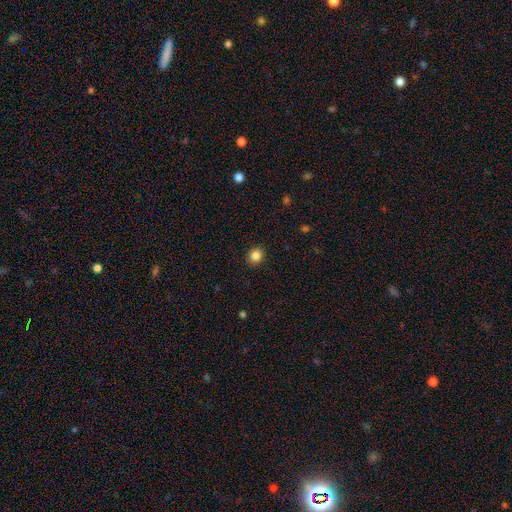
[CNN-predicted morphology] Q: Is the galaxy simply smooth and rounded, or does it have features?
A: smooth — 85%.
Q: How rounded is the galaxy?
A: round — 83%.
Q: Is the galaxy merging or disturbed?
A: none — 91%.